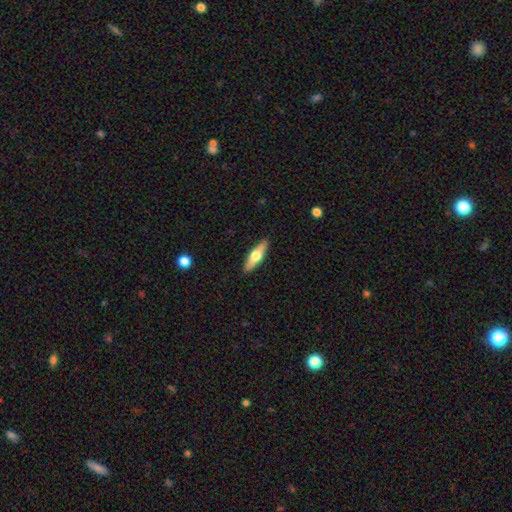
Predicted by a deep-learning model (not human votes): Smooth or featured: featured or disk — 49% (smooth — 45%)
Merging: none — 90% (minor disturbance — 7%)